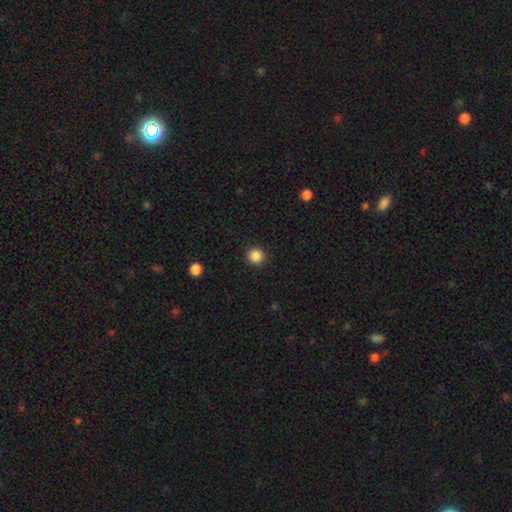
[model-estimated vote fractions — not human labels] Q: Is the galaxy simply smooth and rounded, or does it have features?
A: smooth — 87%.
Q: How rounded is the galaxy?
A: round — 93%.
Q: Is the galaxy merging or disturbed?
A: none — 92%.